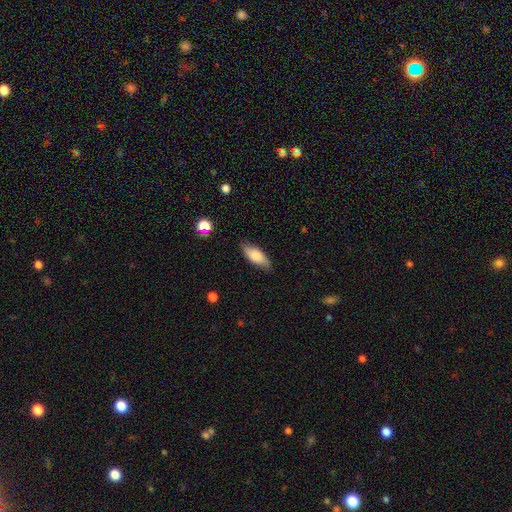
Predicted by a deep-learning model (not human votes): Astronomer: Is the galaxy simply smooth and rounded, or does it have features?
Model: smooth — 79%.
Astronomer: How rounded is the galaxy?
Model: in between — 79%.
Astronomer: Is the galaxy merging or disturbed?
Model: none — 82%.